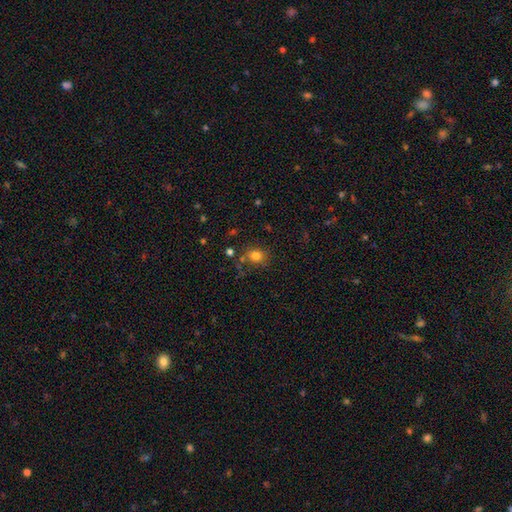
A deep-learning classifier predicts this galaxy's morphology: This appears to be a smooth galaxy with no disk features (79%) that is round (67%). Merging: none (73%).